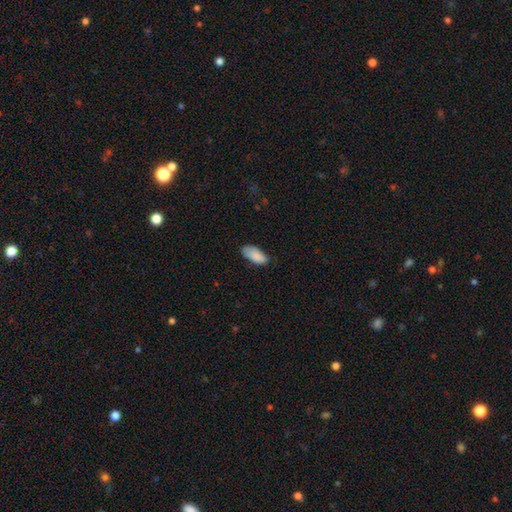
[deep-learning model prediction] The model was most divided on "merging": none: 65%, minor disturbance: 28%, major disturbance: 5%, merger: 2%. More confident: how rounded — in between (91%); smooth or featured — smooth (87%).